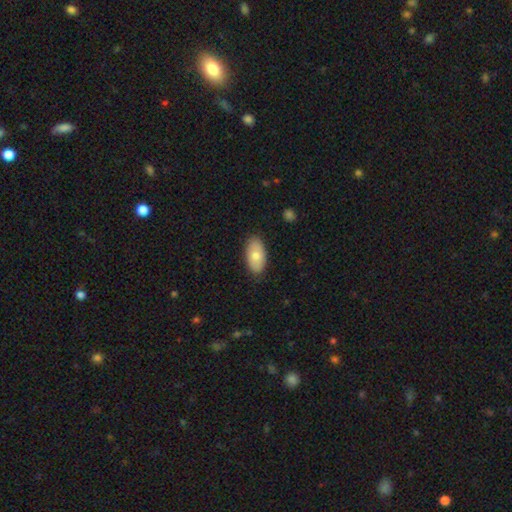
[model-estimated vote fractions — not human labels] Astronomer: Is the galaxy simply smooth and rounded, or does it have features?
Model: smooth — 73%.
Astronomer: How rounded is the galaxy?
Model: in between — 94%.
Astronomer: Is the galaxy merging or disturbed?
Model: none — 86%.